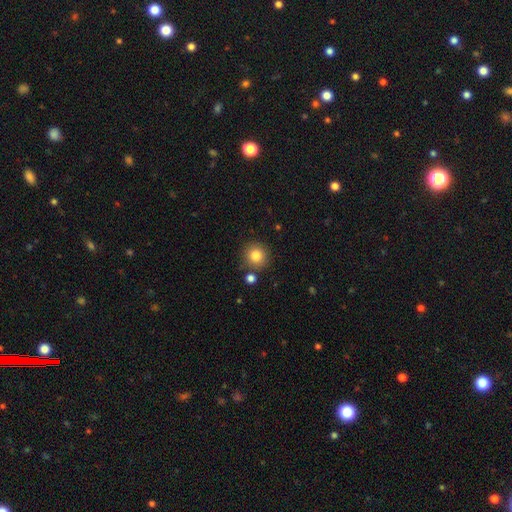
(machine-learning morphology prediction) This appears to be a smooth galaxy with no disk features (83%) that is round (92%). Merging: none (82%).